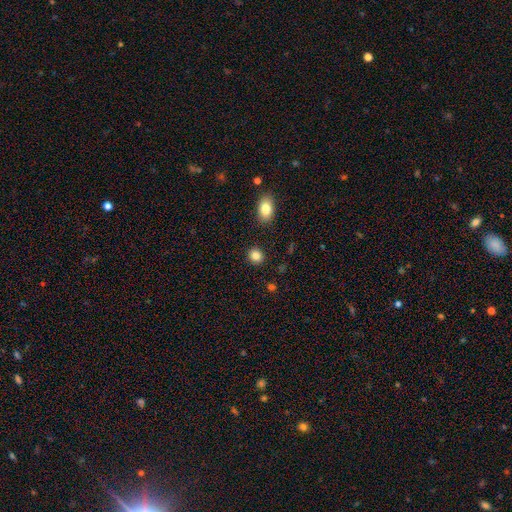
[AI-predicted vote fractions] Q: Smooth or featured?
A: smooth (85%); runner-up: star or artifact (10%)
Q: How rounded?
A: round (77%); runner-up: in between (22%)
Q: Merging?
A: none (90%); runner-up: minor disturbance (6%)